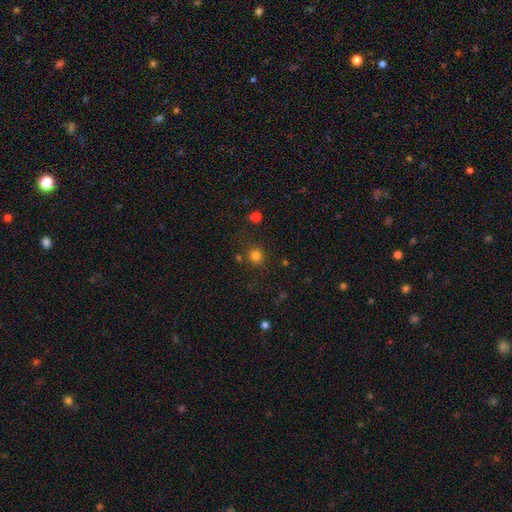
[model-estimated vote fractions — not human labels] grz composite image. It shows a smooth galaxy with no disk features (80%) that is round (90%). Merging: none (81%).